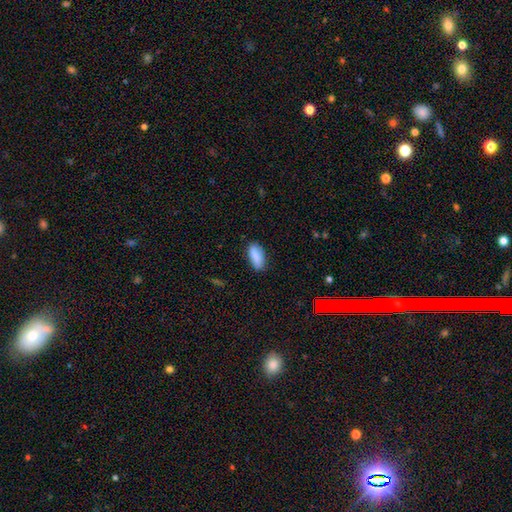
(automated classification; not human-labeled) Smooth or featured? Predicted: smooth (p=0.88). How rounded? Predicted: in between (p=0.80). Merging? Predicted: none (p=0.80).